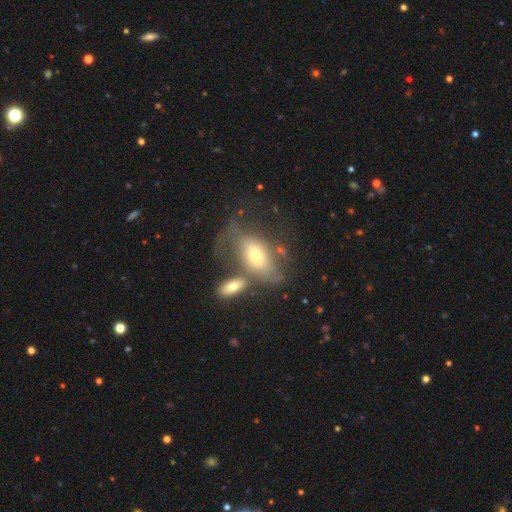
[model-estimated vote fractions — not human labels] Smooth or featured?
  - smooth: 47% *
  - featured or disk: 44%
  - star or artifact: 9%
Merging?
  - merger: 34% *
  - major disturbance: 29%
  - none: 22%
  - minor disturbance: 15%